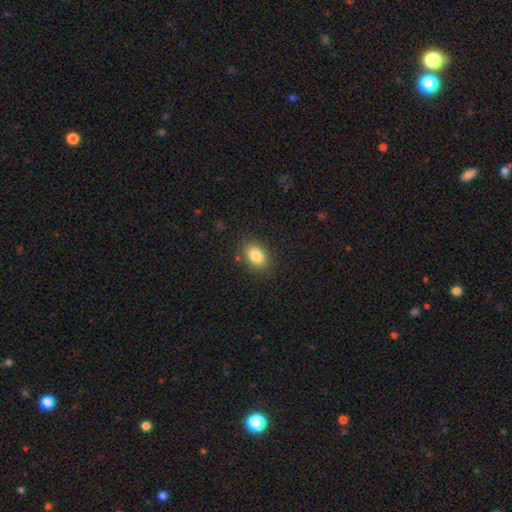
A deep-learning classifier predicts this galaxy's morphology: smooth-or-featured: smooth: 84% | star or artifact: 9% | featured or disk: 7%
  how-rounded: in between: 77% | round: 22% | cigar-shaped: 1%
  merging: none: 84% | minor disturbance: 11% | major disturbance: 3% | merger: 2%